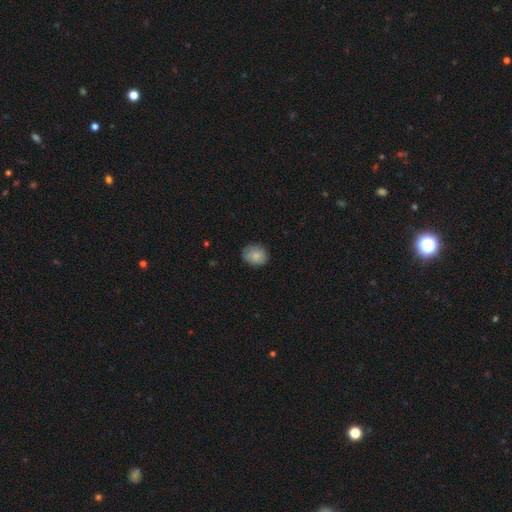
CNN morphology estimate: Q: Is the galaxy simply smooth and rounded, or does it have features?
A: smooth — 82%.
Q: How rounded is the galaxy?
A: round — 60%.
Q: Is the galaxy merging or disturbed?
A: none — 77%.